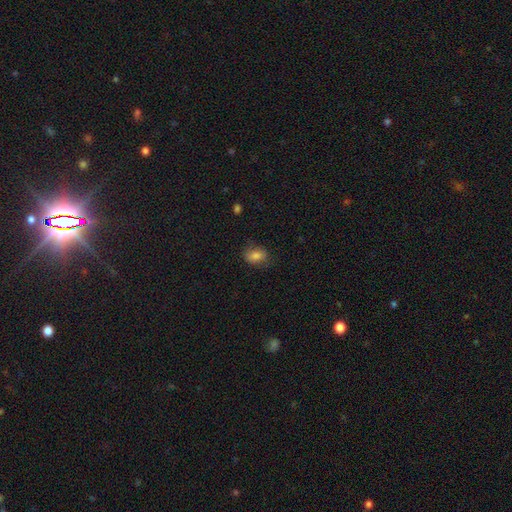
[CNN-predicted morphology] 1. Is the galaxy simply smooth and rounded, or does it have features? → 80% smooth, 11% featured or disk, 9% star or artifact.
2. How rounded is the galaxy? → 74% in between, 25% round, 2% cigar-shaped.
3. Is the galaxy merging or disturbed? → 70% none, 22% minor disturbance, 7% major disturbance, 1% merger.